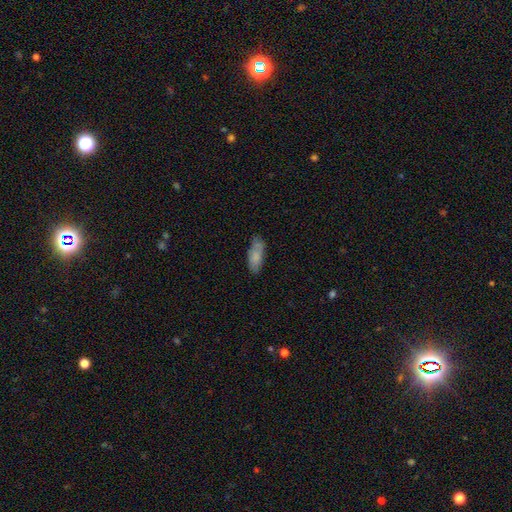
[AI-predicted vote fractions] Smooth or featured? smooth (77%)
How rounded? in between (74%)
Merging? none (68%)